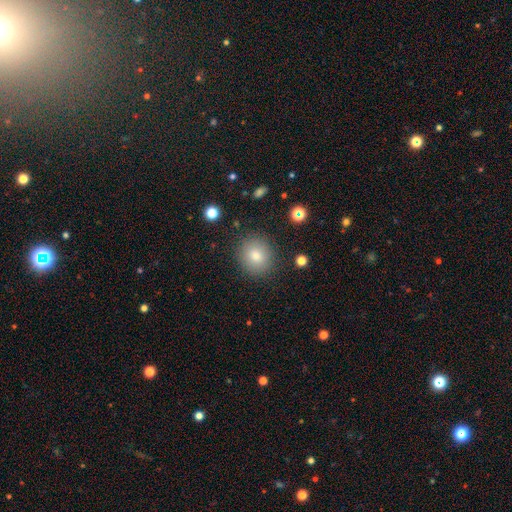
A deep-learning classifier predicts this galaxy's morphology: type=smooth (79%); roundness=round (80%); merging=none (88%).